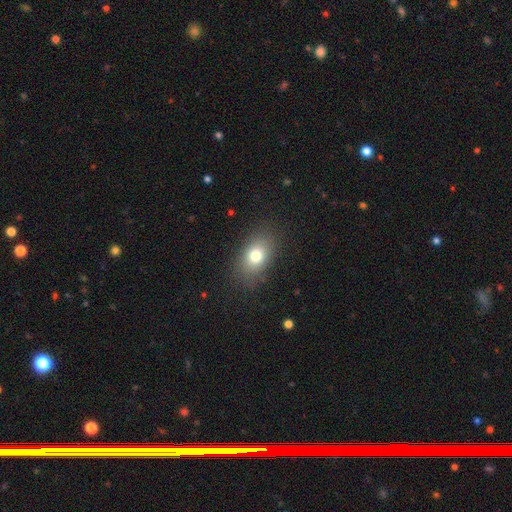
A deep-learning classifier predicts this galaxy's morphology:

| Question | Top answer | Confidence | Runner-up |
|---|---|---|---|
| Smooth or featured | smooth | 76% | featured or disk (12%) |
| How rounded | in between | 78% | round (20%) |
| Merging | none | 84% | minor disturbance (11%) |